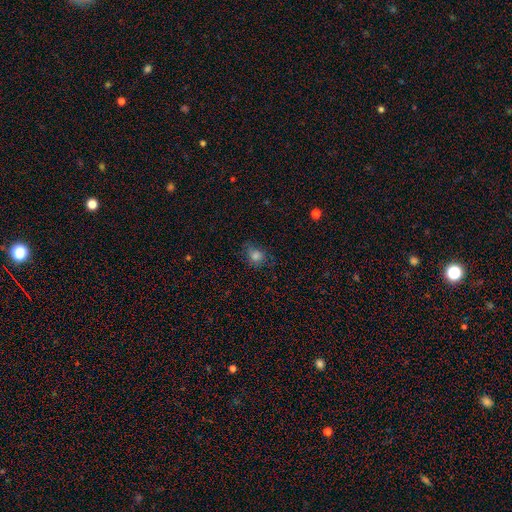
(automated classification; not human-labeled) smooth_or_featured: smooth (p=0.78) [alt: star or artifact p=0.14]
how_rounded: round (p=0.57) [alt: in between p=0.42]
merging: none (p=0.67) [alt: minor disturbance p=0.23]